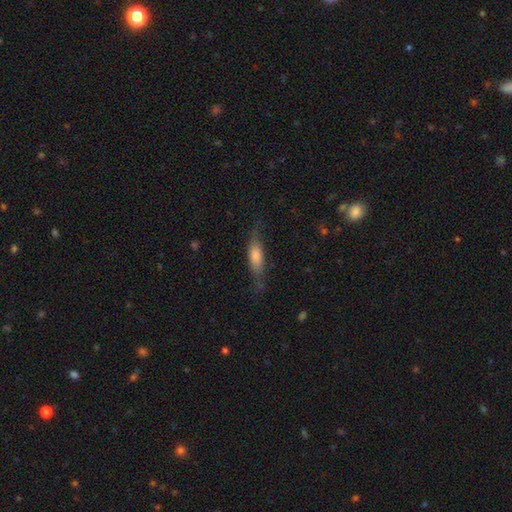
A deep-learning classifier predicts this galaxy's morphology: smooth_or_featured: smooth (p=0.63) [alt: featured or disk p=0.30]
how_rounded: cigar-shaped (p=0.54) [alt: in between p=0.44]
merging: none (p=0.63) [alt: minor disturbance p=0.25]